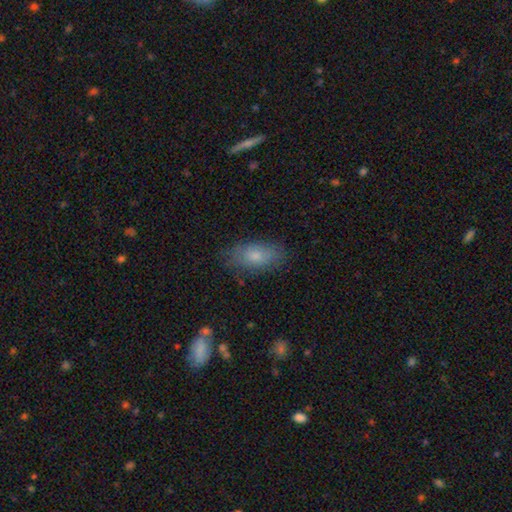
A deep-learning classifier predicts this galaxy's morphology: Smooth or featured: smooth — 74% (featured or disk — 19%)
How rounded: in between — 88% (cigar-shaped — 8%)
Merging: none — 76% (minor disturbance — 17%)